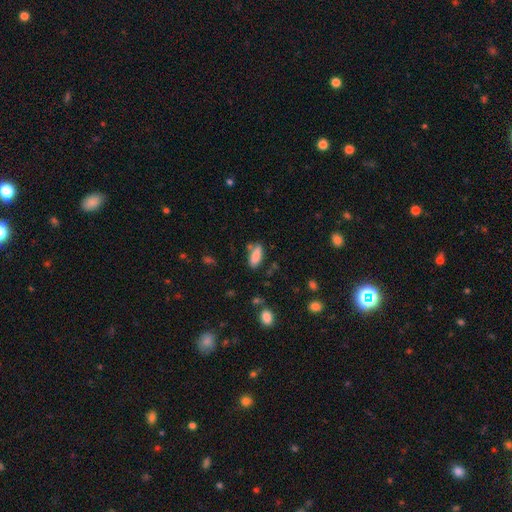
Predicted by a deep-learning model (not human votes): Smooth or featured? smooth (84%)
How rounded? in between (76%)
Merging? none (71%)